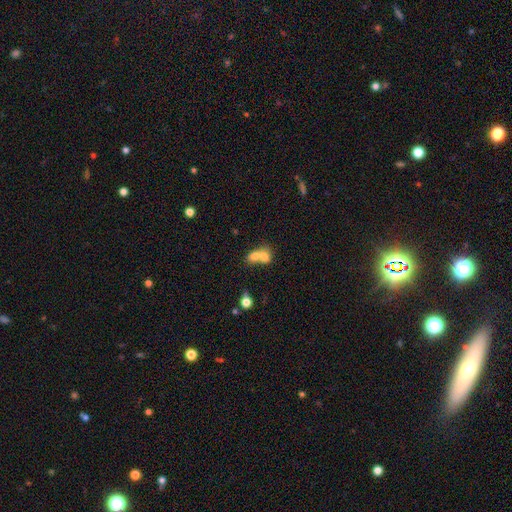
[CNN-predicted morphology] smooth 72%, featured or disk 18%, star or artifact 10%. Down the decision tree: how rounded — in between (54%); merging — merger (74%).